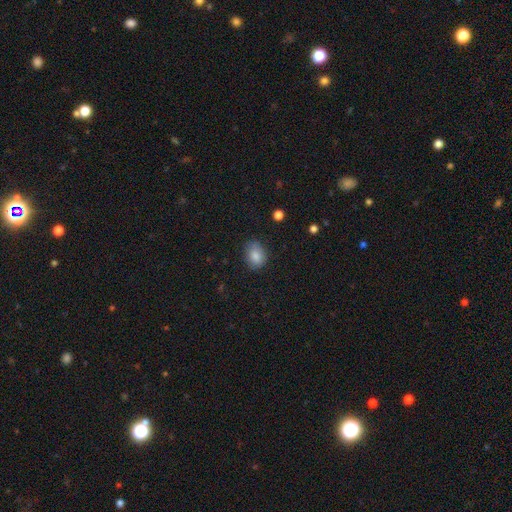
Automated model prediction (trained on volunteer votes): This appears to be a smooth galaxy with no disk features (85%) that is in between round and cigar-shaped (61%). Merging: none (71%).